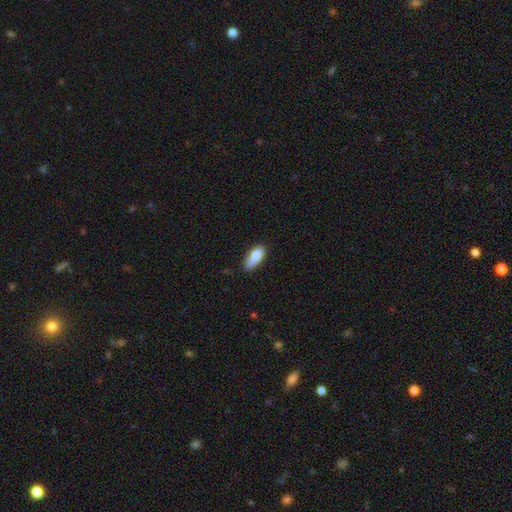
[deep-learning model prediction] Overall: smooth (80%). How rounded: in between (77%). Merging: none (60%; minor disturbance 31%).